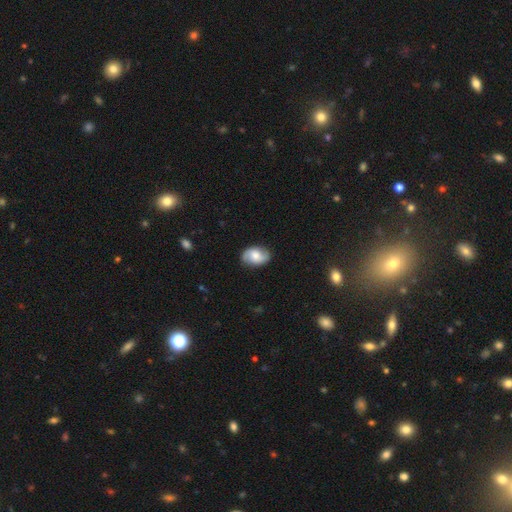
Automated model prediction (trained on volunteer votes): smooth_or_featured: featured or disk (p=0.48) [alt: smooth p=0.45]
merging: none (p=0.83) [alt: minor disturbance p=0.13]